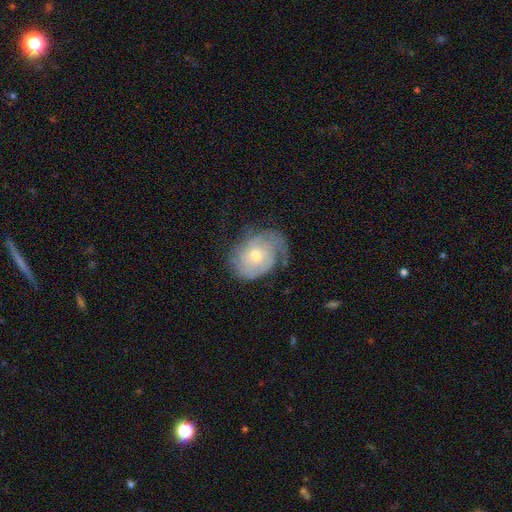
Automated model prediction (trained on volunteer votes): smooth_or_featured: featured or disk (p=0.75) [alt: smooth p=0.19]
disk_edge_on: no (p=0.97) [alt: yes p=0.03]
bar: no (p=0.77) [alt: weak p=0.20]
has_spiral_arms: yes (p=0.91) [alt: no p=0.09]
spiral_winding: tight (p=0.58) [alt: medium p=0.28]
spiral_arm_count: can't tell (p=0.35) [alt: 2 p=0.27]
bulge_size: moderate (p=0.50) [alt: small p=0.46]
merging: none (p=0.59) [alt: minor disturbance p=0.24]